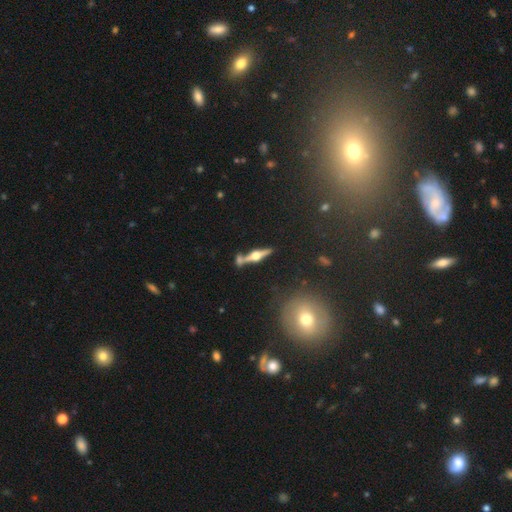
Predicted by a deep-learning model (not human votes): Smooth or featured? Predicted: featured or disk (p=0.79). Edge-on disk? Predicted: yes (p=0.96). Edge-on bulge? Predicted: rounded (p=0.96). Merging? Predicted: none (p=0.69).